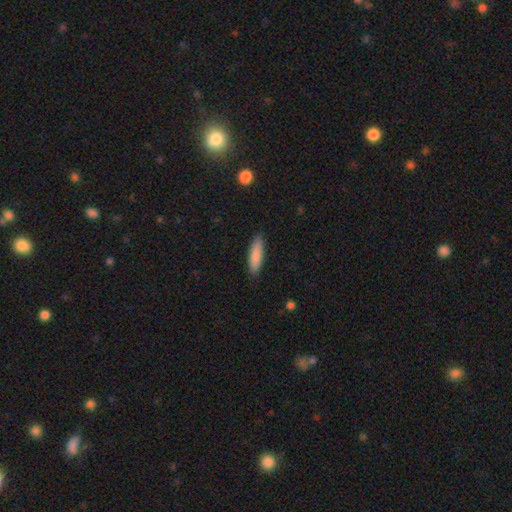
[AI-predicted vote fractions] This is clearly a smooth galaxy (86%). How rounded: likely cigar-shaped (67%). Merging: clearly none (89%).